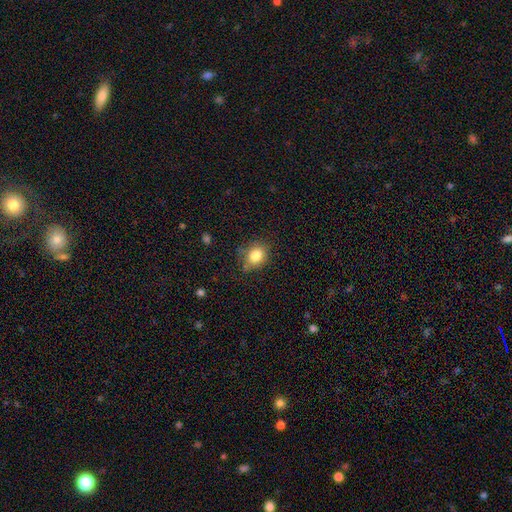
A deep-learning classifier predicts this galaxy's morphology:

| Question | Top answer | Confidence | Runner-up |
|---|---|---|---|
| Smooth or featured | smooth | 82% | star or artifact (10%) |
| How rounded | round | 59% | in between (40%) |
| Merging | none | 72% | minor disturbance (20%) |